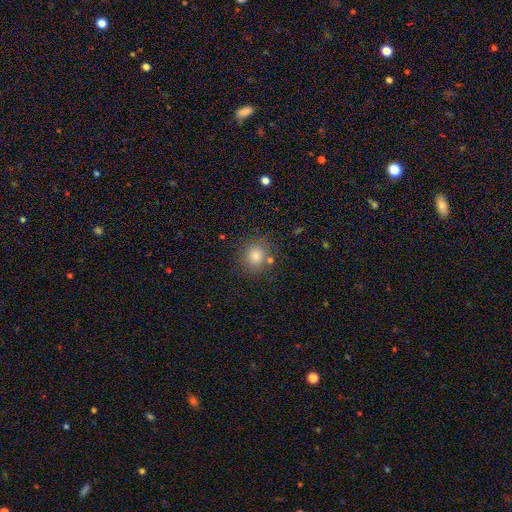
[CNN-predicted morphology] A smooth galaxy with no disk features (80%) that is round (86%). Merging: none (83%).